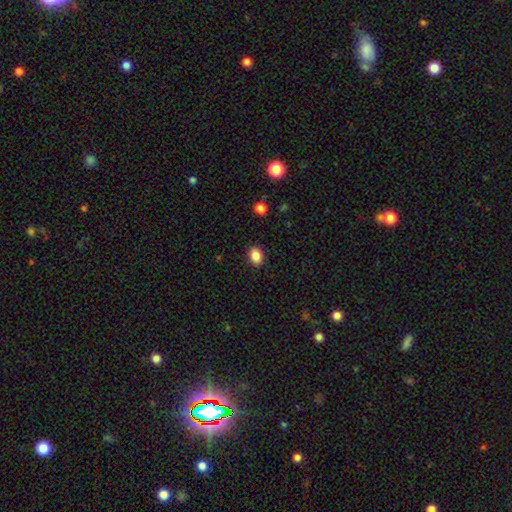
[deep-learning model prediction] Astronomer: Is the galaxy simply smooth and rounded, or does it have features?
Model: smooth — 87%.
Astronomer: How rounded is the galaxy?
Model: in between — 79%.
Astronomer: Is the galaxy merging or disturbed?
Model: none — 89%.